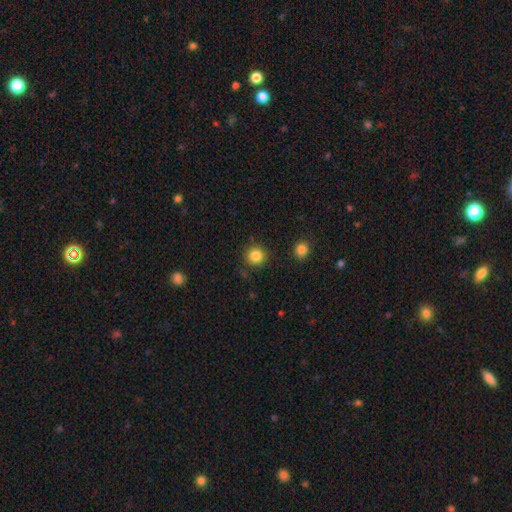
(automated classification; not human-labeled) The model was most divided on "smooth or featured": smooth: 84%, star or artifact: 11%, featured or disk: 5%. More confident: how rounded — round (93%); merging — none (87%).